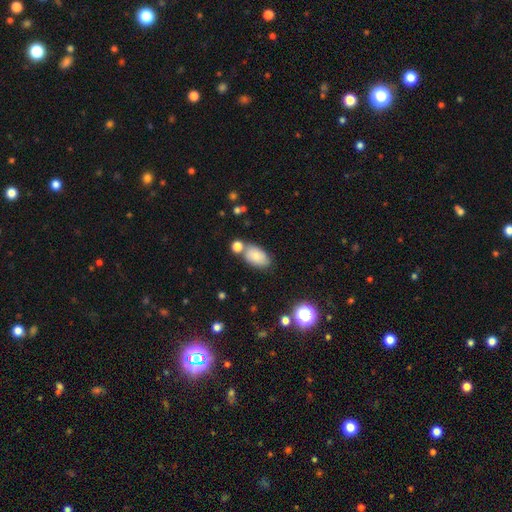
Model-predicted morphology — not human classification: The model was most divided on "merging": none: 61%, merger: 18%, minor disturbance: 16%, major disturbance: 4%. More confident: how rounded — in between (91%); smooth or featured — smooth (78%).